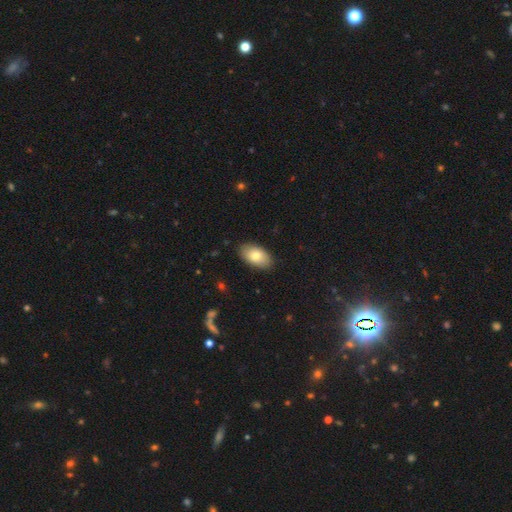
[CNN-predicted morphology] smooth_or_featured: smooth (p=0.79) [alt: featured or disk p=0.15]
how_rounded: in between (p=0.94) [alt: round p=0.05]
merging: none (p=0.86) [alt: minor disturbance p=0.11]